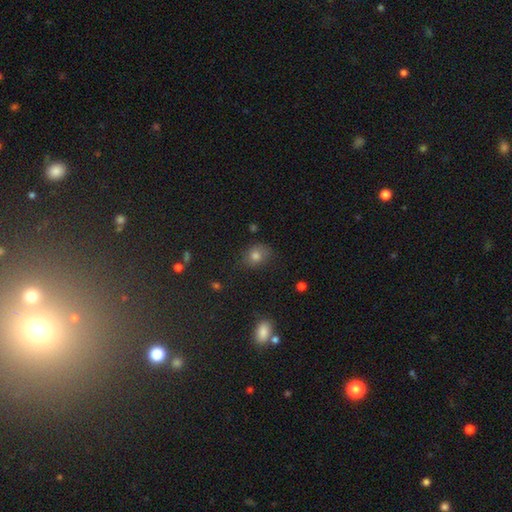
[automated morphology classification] Smooth or featured? smooth (76%)
How rounded? round (51%)
Merging? none (70%)